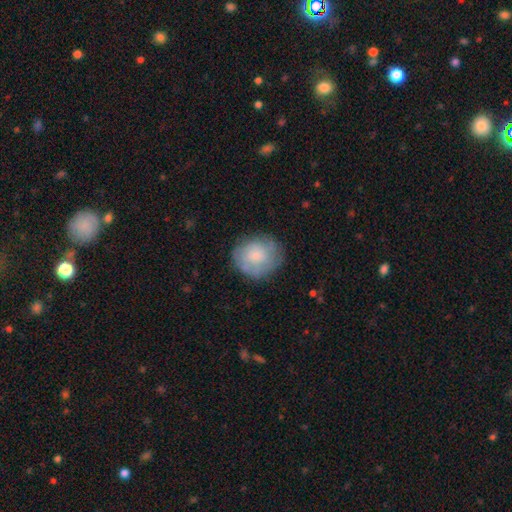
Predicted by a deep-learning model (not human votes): Smooth or featured: smooth — 61% (featured or disk — 32%)
How rounded: round — 76% (in between — 23%)
Merging: none — 74% (minor disturbance — 18%)